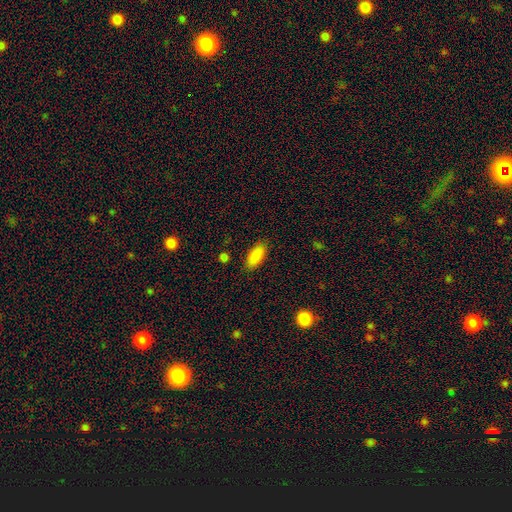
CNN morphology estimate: Overall: smooth (89%). How rounded: in between (87%). Merging: none (87%).